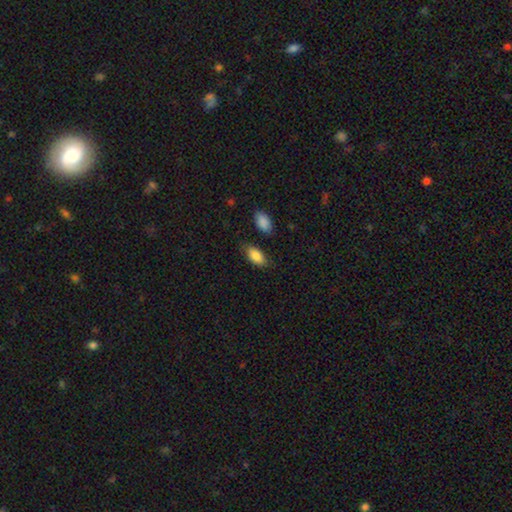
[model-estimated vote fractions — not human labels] Smooth or featured?
  - smooth: 87% *
  - star or artifact: 7%
  - featured or disk: 6%
How rounded?
  - in between: 92% *
  - cigar-shaped: 5%
  - round: 3%
Merging?
  - none: 78% *
  - minor disturbance: 15%
  - major disturbance: 4%
  - merger: 3%